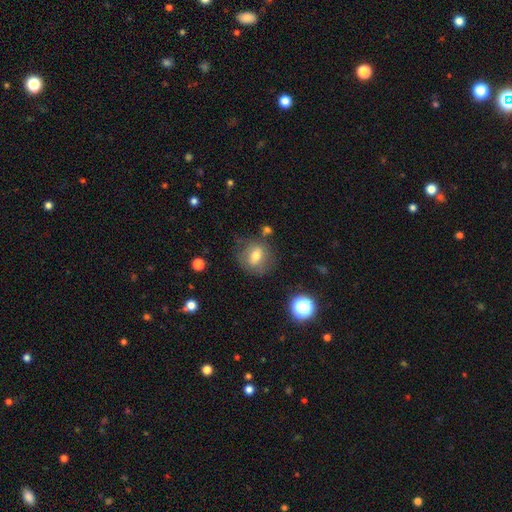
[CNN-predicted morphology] Q: Smooth or featured?
A: smooth (67%); runner-up: featured or disk (22%)
Q: How rounded?
A: round (58%); runner-up: in between (40%)
Q: Merging?
A: none (71%); runner-up: minor disturbance (17%)